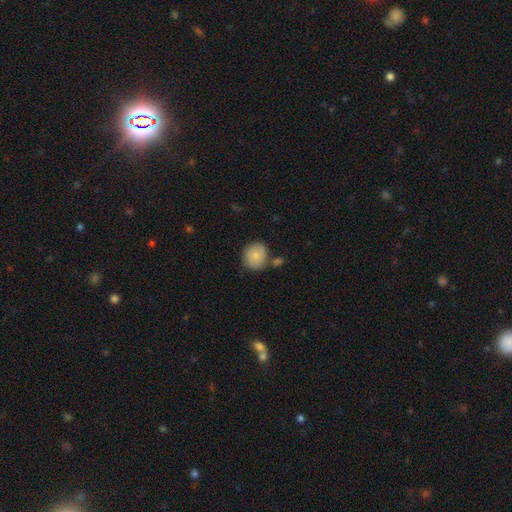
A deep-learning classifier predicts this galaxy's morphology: smooth 82%, featured or disk 11%, star or artifact 7%. Down the decision tree: how rounded — round (84%); merging — none (65%).